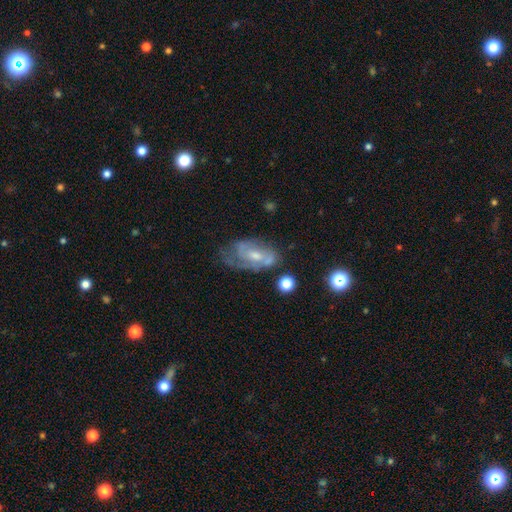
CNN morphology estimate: Smooth or featured?
  - featured or disk: 73% *
  - smooth: 18%
  - star or artifact: 9%
Edge-on disk?
  - no: 93% *
  - yes: 7%
Bar?
  - no: 49% *
  - weak: 40%
  - strong: 11%
Spiral arms?
  - yes: 81% *
  - no: 19%
Spiral winding?
  - medium: 42% *
  - tight: 40%
  - loose: 18%
Spiral arm count?
  - 2: 44% *
  - can't tell: 32%
  - 1: 11%
  - 3: 8%
  - 4: 2%
  - more than 4: 2%
Bulge size?
  - small: 48% *
  - moderate: 44%
  - none: 5%
  - large: 2%
  - dominant: 1%
Merging?
  - none: 50% *
  - minor disturbance: 26%
  - major disturbance: 18%
  - merger: 6%